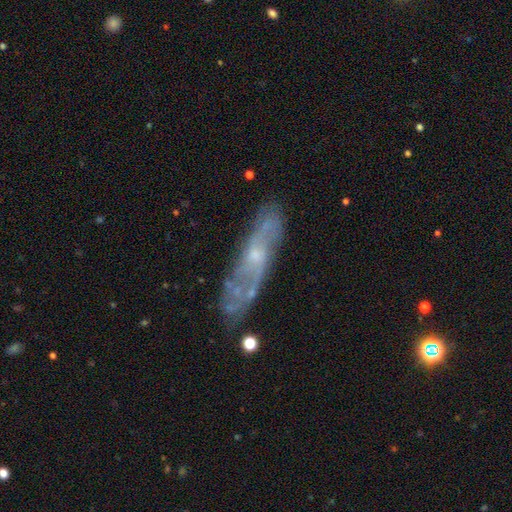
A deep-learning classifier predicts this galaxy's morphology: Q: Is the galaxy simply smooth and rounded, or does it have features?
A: featured or disk — 70%.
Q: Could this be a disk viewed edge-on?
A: no — 69%.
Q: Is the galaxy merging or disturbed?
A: none — 69%.